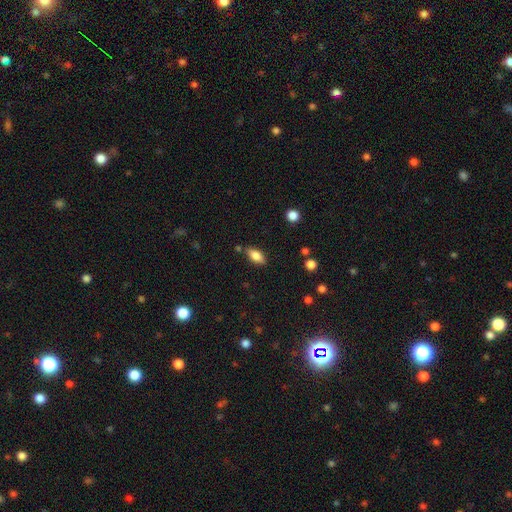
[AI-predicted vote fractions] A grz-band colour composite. It shows a smooth galaxy with no disk features (83%) that is in between round and cigar-shaped (88%). Merging: none (80%).